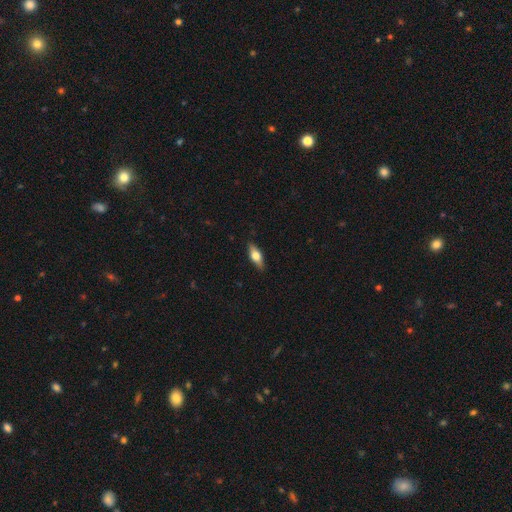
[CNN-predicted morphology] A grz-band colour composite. It shows a smooth galaxy with no disk features (57%) that is in between round and cigar-shaped (66%). Merging: none (87%).